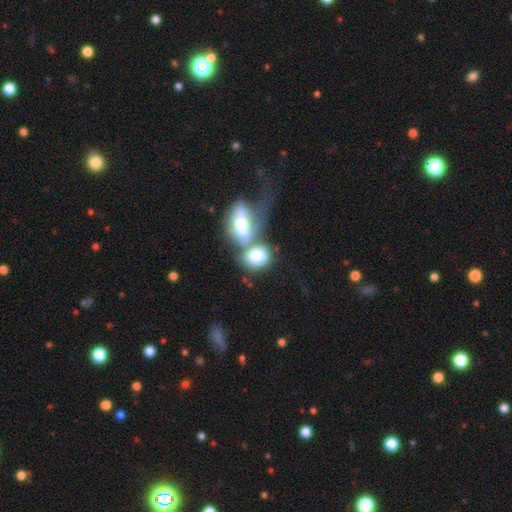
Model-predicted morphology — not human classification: This is likely a smooth galaxy (71%). How rounded: possibly in between (57%). Merging: likely merger (61%).